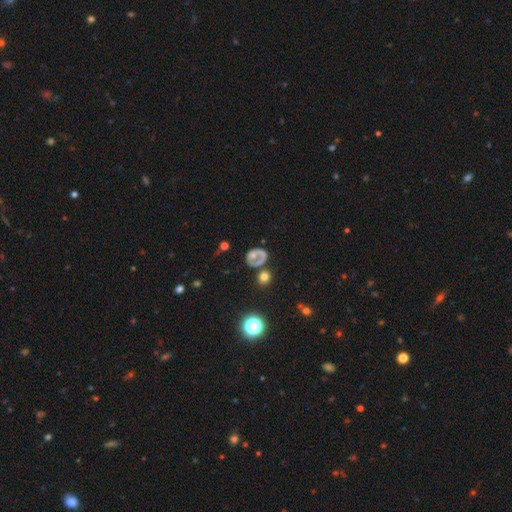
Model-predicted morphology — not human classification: Smooth or featured? Predicted: smooth (p=0.46). Merging? Predicted: none (p=0.50).